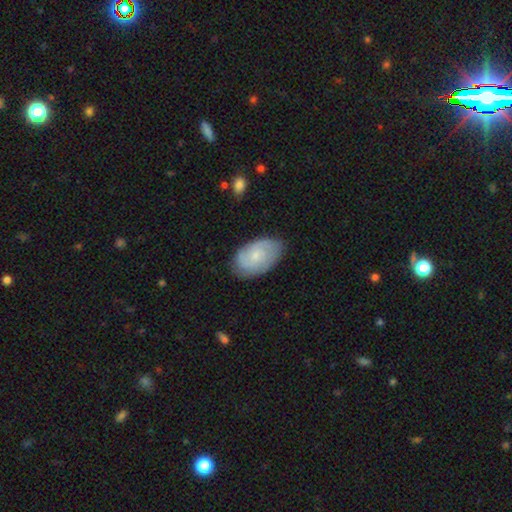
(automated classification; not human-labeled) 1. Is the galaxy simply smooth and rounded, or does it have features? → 59% featured or disk, 35% smooth, 6% star or artifact.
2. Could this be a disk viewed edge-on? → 96% no, 4% yes.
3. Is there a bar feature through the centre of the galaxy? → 74% no, 24% weak, 3% strong.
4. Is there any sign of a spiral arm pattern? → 88% yes, 12% no.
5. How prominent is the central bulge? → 71% small, 23% moderate, 4% none, 1% large, 1% dominant.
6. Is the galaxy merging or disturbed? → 78% none, 17% minor disturbance, 4% major disturbance, 1% merger.